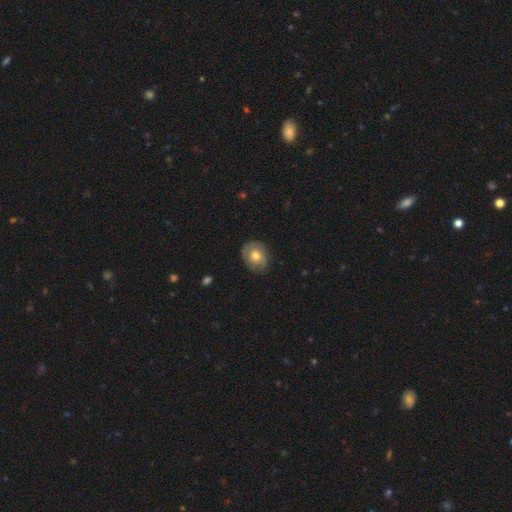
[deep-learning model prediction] Smooth or featured: smooth — 49% (featured or disk — 45%)
Merging: none — 77% (minor disturbance — 18%)